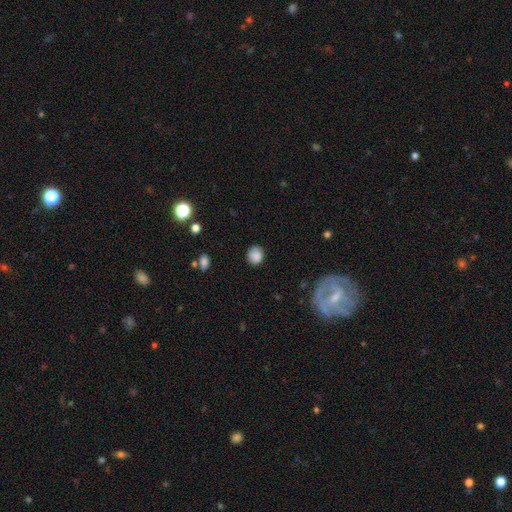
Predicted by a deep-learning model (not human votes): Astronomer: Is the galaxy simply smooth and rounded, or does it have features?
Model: smooth — 86%.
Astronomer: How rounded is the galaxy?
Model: round — 76%.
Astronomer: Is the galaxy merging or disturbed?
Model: none — 82%.